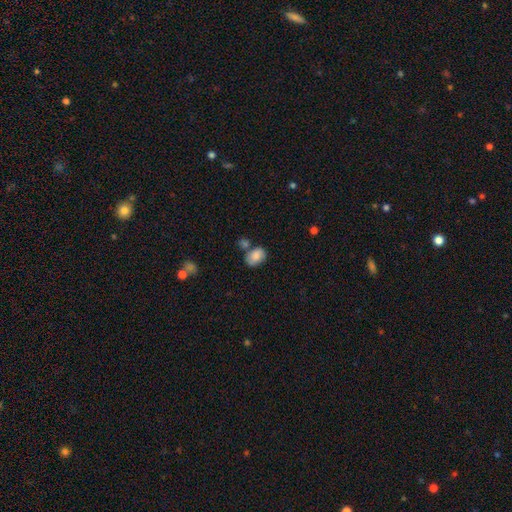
Smooth or featured: smooth — 81% (featured or disk — 14%)
How rounded: in between — 80% (round — 20%)
Merging: none — 49% (merger — 40%)